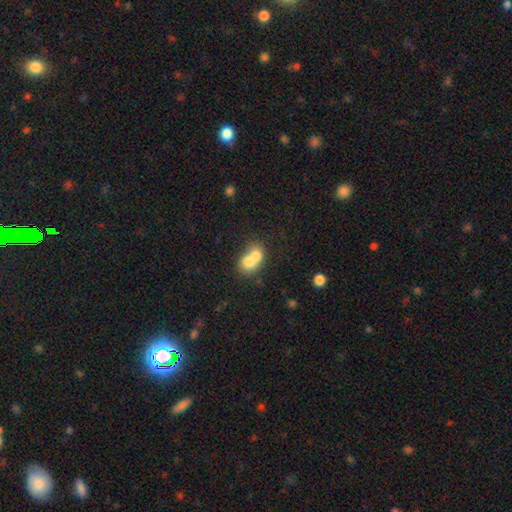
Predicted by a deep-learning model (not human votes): This is likely a smooth galaxy (70%). How rounded: possibly round (58%). Merging: likely merger (74%).